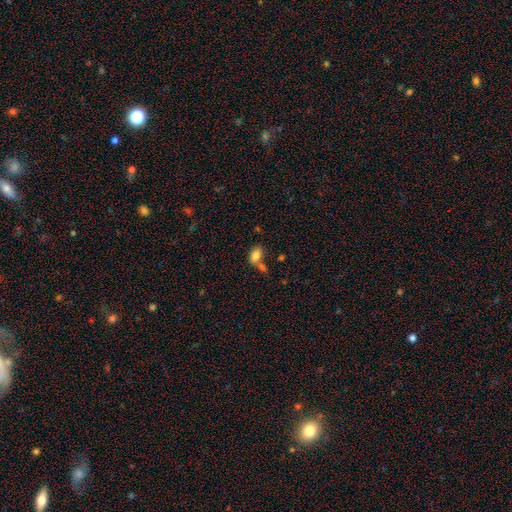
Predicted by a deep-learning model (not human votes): Smooth or featured: smooth — 82% (star or artifact — 9%)
How rounded: in between — 88% (round — 10%)
Merging: none — 48% (merger — 34%)